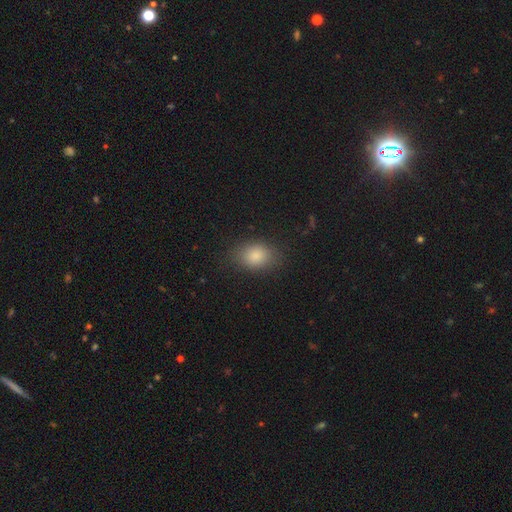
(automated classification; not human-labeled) Morphology: type=smooth (85%); roundness=in between (72%); merging=none (79%).